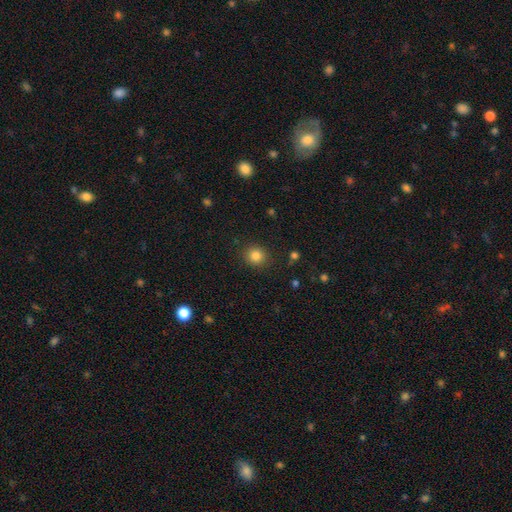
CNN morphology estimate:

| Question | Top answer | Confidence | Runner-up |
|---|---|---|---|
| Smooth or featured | smooth | 83% | star or artifact (12%) |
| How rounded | round | 89% | in between (10%) |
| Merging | none | 90% | minor disturbance (7%) |